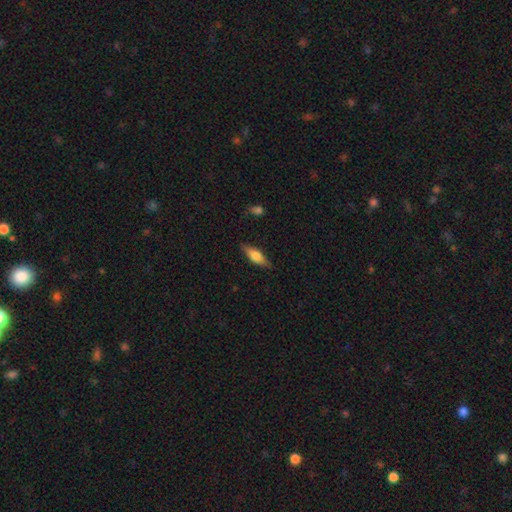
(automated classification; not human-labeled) Smooth or featured: smooth — 64% (featured or disk — 30%)
How rounded: in between — 53% (cigar-shaped — 44%)
Merging: none — 84% (minor disturbance — 12%)